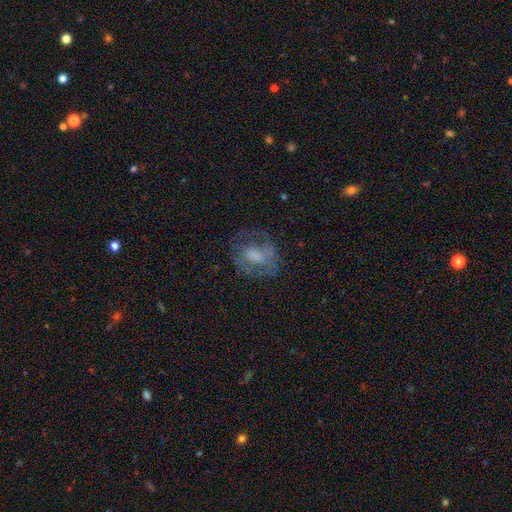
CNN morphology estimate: This appears to be a featured or disk galaxy (51%). Merging: none (58%).